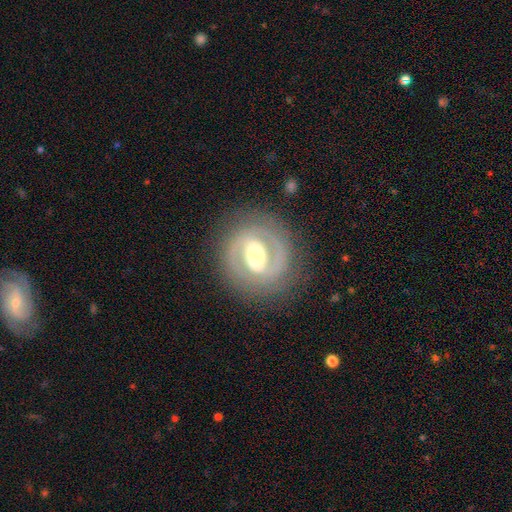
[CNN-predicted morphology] Smooth or featured? Predicted: featured or disk (p=0.82). Edge-on disk? Predicted: no (p=0.97). Bar? Predicted: strong (p=0.54). Spiral arms? Predicted: yes (p=0.81). Spiral winding? Predicted: tight (p=0.52). Spiral arm count? Predicted: 2 (p=0.84). Bulge size? Predicted: moderate (p=0.59). Merging? Predicted: none (p=0.82).